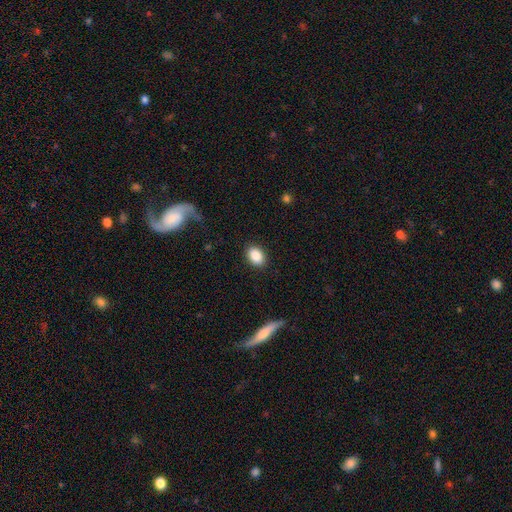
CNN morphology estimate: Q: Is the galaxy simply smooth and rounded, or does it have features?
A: smooth — 88%.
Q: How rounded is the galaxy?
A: in between — 80%.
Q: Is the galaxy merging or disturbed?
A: none — 89%.